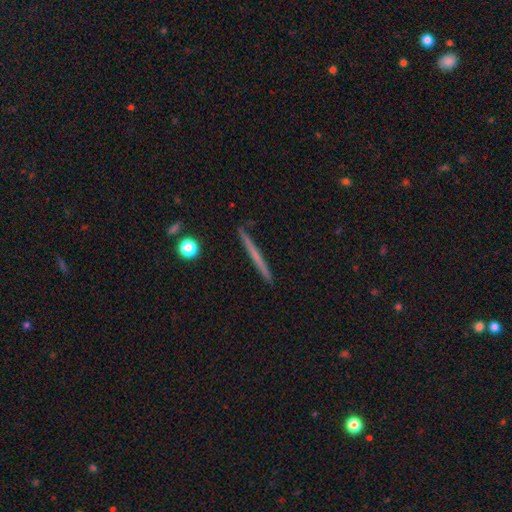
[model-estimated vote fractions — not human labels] A smooth galaxy with no disk features (50%).

Vote fractions:
- Smooth or featured? smooth: 50% / featured or disk: 44% / star or artifact: 7%
- Merging? none: 92% / minor disturbance: 6% / major disturbance: 1% / merger: 1%